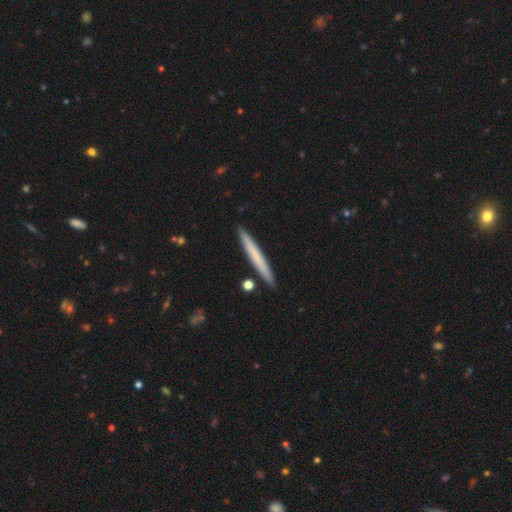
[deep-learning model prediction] Smooth or featured? smooth (63%)
How rounded? cigar-shaped (97%)
Merging? none (90%)